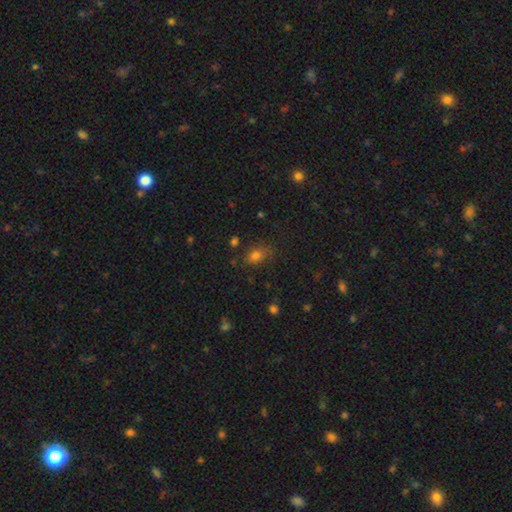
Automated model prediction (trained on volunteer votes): Morphology: type=smooth (76%); roundness=in between (72%); merging=none (69%).